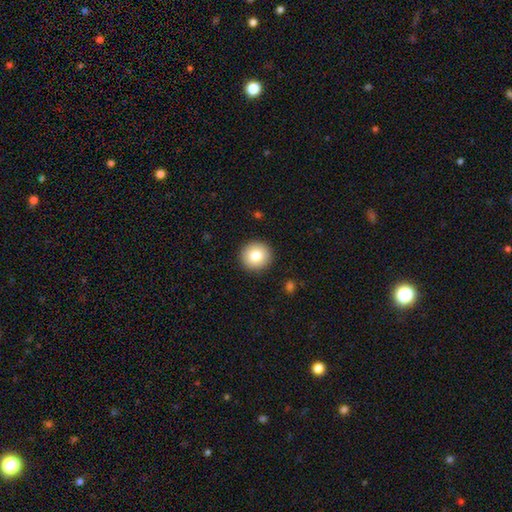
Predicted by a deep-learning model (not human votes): smooth 81%, featured or disk 10%, star or artifact 9%. Down the decision tree: how rounded — round (94%); merging — none (92%).